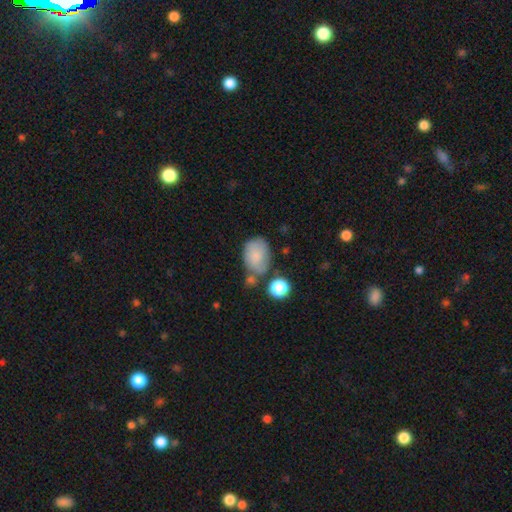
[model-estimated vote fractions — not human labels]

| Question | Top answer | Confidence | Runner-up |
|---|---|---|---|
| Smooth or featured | smooth | 77% | featured or disk (14%) |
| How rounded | in between | 79% | round (20%) |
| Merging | none | 52% | minor disturbance (24%) |